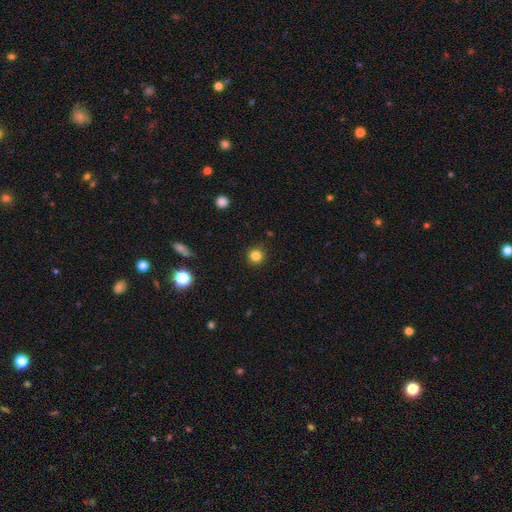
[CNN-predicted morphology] The model was most divided on "smooth or featured": smooth: 82%, star or artifact: 13%, featured or disk: 5%. More confident: how rounded — round (91%); merging — none (90%).